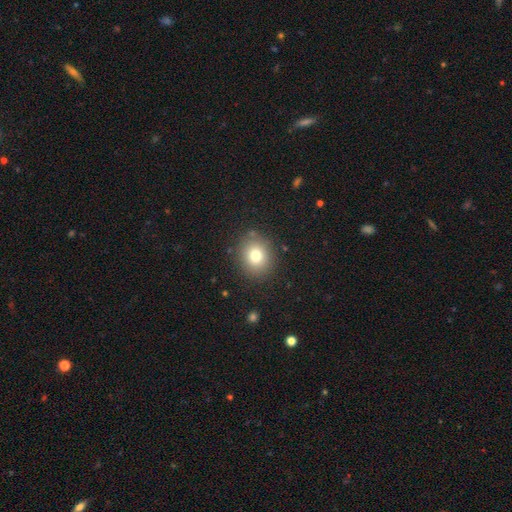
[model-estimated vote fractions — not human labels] Q: Smooth or featured?
A: smooth (77%); runner-up: star or artifact (13%)
Q: How rounded?
A: round (72%); runner-up: in between (27%)
Q: Merging?
A: none (86%); runner-up: minor disturbance (9%)